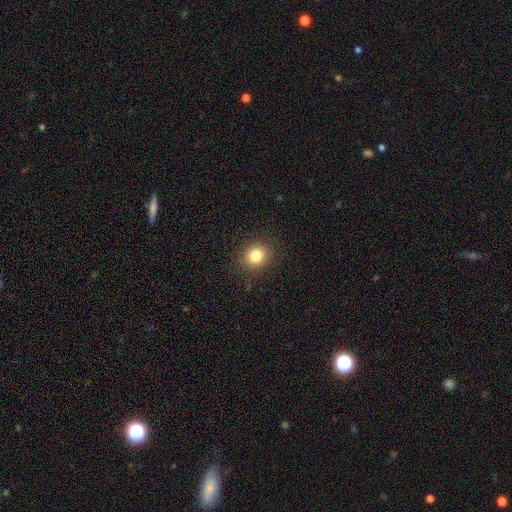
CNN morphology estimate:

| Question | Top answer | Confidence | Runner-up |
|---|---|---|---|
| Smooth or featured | smooth | 82% | star or artifact (12%) |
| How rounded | round | 80% | in between (19%) |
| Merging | none | 89% | minor disturbance (7%) |